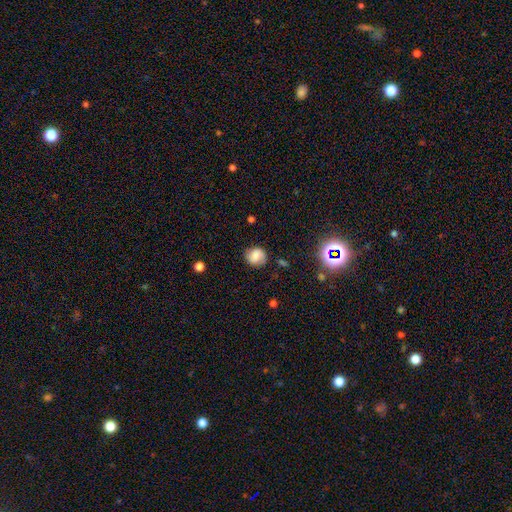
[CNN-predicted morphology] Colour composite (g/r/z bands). It shows a smooth galaxy with no disk features (60%) that is round (77%). Merging: none (77%).